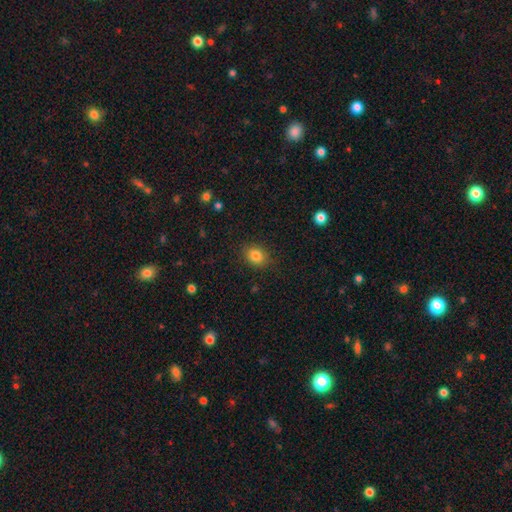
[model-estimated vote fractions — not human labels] smooth_or_featured: smooth (p=0.84) [alt: star or artifact p=0.10]
how_rounded: round (p=0.51) [alt: in between p=0.48]
merging: none (p=0.86) [alt: minor disturbance p=0.10]